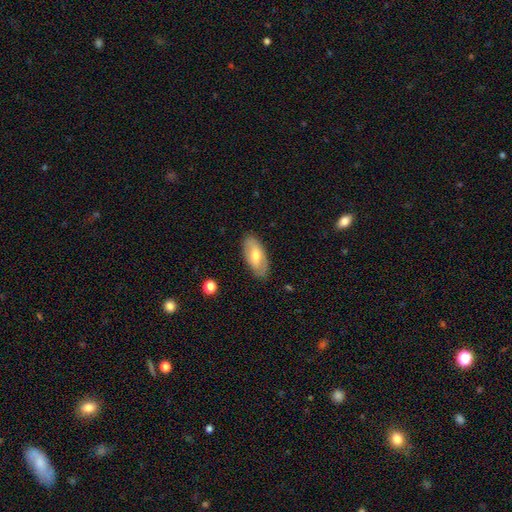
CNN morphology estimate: type=smooth (60%); roundness=in between (90%); merging=none (85%).